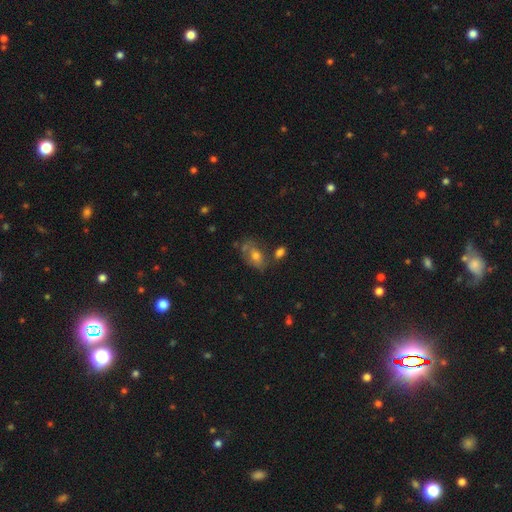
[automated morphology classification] Smooth or featured?
  - smooth: 60% *
  - featured or disk: 27%
  - star or artifact: 13%
How rounded?
  - in between: 82% *
  - round: 15%
  - cigar-shaped: 2%
Merging?
  - none: 47% *
  - minor disturbance: 23%
  - merger: 18%
  - major disturbance: 11%